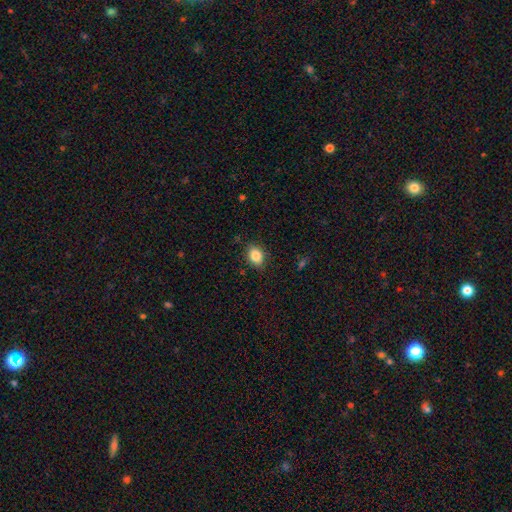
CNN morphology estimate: smooth_or_featured: smooth (p=0.85) [alt: star or artifact p=0.09]
how_rounded: in between (p=0.65) [alt: round p=0.34]
merging: none (p=0.84) [alt: minor disturbance p=0.12]